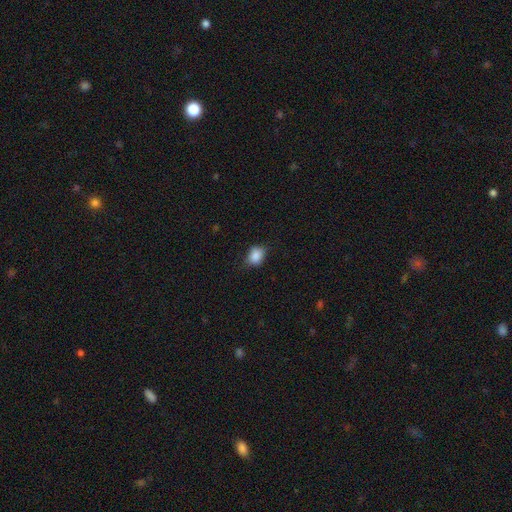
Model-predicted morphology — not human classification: This is clearly a smooth galaxy (87%). How rounded: possibly in between (59%). Merging: likely none (71%).